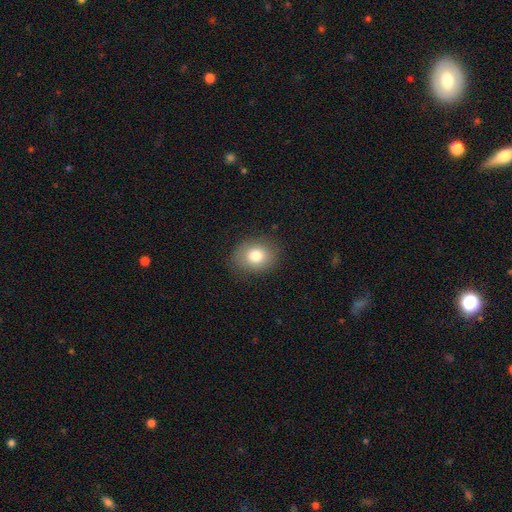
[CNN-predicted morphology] Q: Smooth or featured?
A: smooth (78%); runner-up: featured or disk (12%)
Q: How rounded?
A: round (55%); runner-up: in between (44%)
Q: Merging?
A: none (84%); runner-up: minor disturbance (11%)